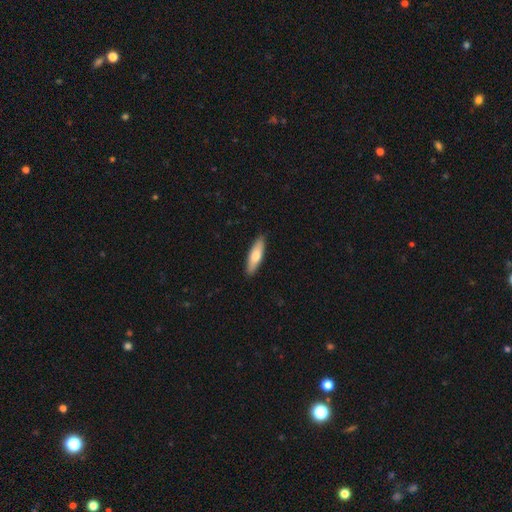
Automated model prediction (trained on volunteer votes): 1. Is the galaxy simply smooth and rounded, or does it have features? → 71% smooth, 24% featured or disk, 5% star or artifact.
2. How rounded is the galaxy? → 62% cigar-shaped, 37% in between, 2% round.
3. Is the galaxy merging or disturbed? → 90% none, 8% minor disturbance, 2% major disturbance, 1% merger.